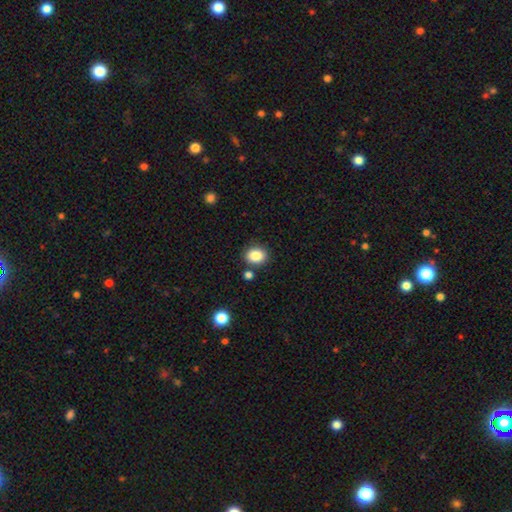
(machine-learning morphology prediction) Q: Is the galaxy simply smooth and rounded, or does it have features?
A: smooth — 86%.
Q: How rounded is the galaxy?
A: round — 56%.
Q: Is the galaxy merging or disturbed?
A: none — 81%.